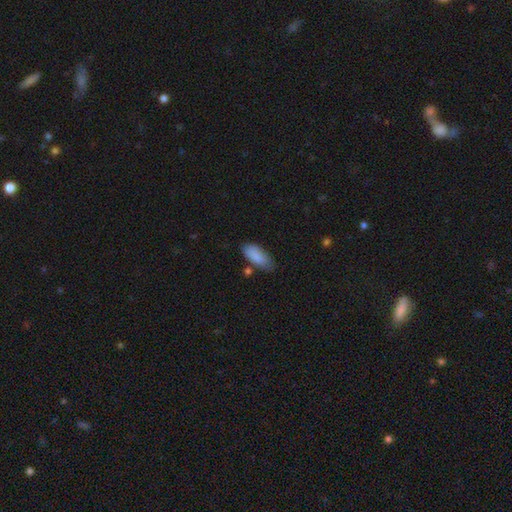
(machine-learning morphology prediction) Smooth or featured: smooth — 87% (featured or disk — 6%)
How rounded: in between — 83% (cigar-shaped — 15%)
Merging: none — 66% (minor disturbance — 24%)